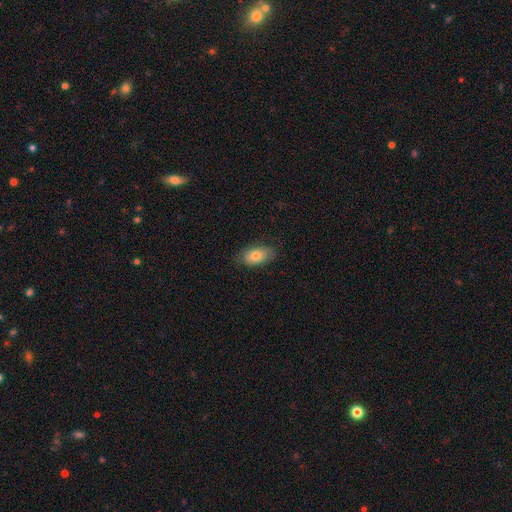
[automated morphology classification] Smooth or featured: smooth — 78% (featured or disk — 15%)
How rounded: in between — 92% (round — 5%)
Merging: none — 81% (minor disturbance — 15%)